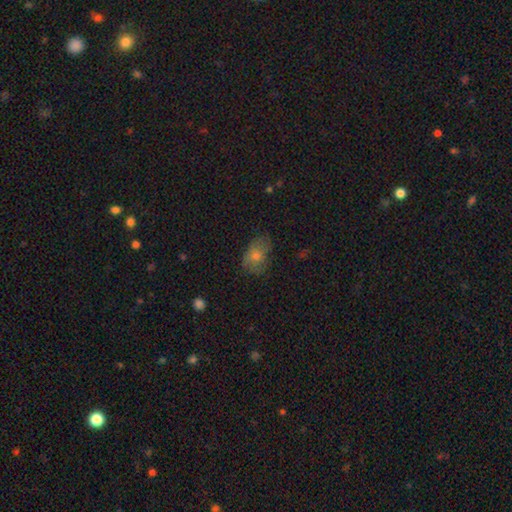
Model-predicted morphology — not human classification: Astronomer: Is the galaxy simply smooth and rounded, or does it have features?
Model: smooth — 68%.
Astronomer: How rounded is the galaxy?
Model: in between — 78%.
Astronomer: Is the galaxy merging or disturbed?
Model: none — 65%.